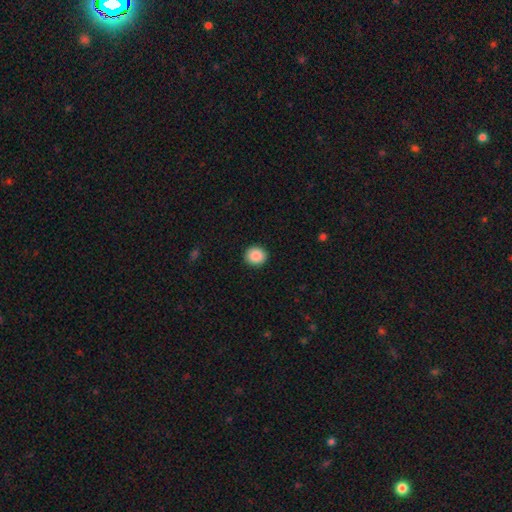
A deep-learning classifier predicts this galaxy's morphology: This appears to be a smooth galaxy with no disk features (89%) that is round (86%). Merging: none (92%).